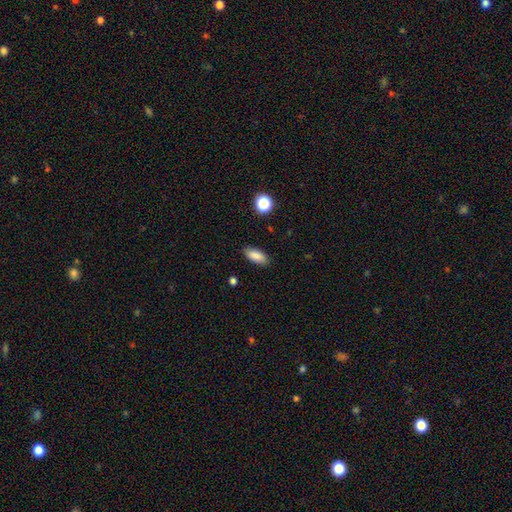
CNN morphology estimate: Q: Smooth or featured?
A: smooth (86%); runner-up: star or artifact (8%)
Q: How rounded?
A: in between (86%); runner-up: cigar-shaped (11%)
Q: Merging?
A: none (87%); runner-up: minor disturbance (10%)